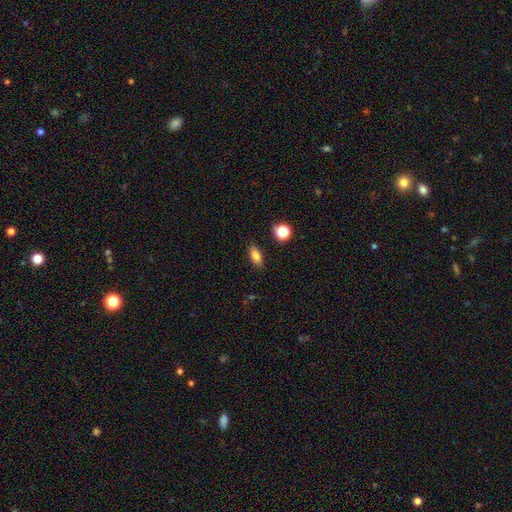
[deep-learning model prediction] Smooth or featured? Predicted: smooth (p=0.80). How rounded? Predicted: in between (p=0.78). Merging? Predicted: none (p=0.86).